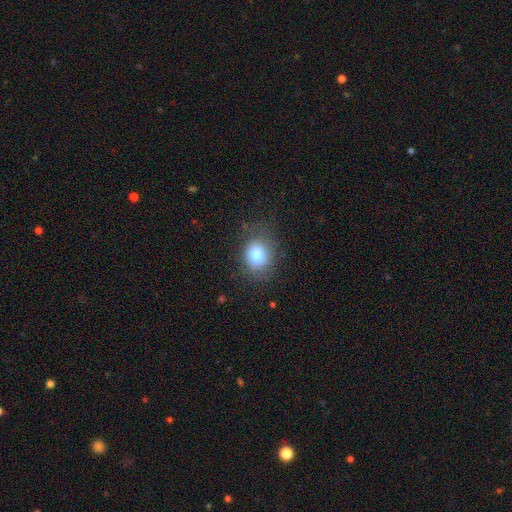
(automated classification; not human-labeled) A smooth galaxy with no disk features (80%) that is round (52%).

Vote fractions:
- Smooth or featured? smooth: 80% / star or artifact: 10% / featured or disk: 10%
- How rounded? round: 52% / in between: 47% / cigar-shaped: 1%
- Merging? none: 71% / minor disturbance: 19% / major disturbance: 8% / merger: 1%